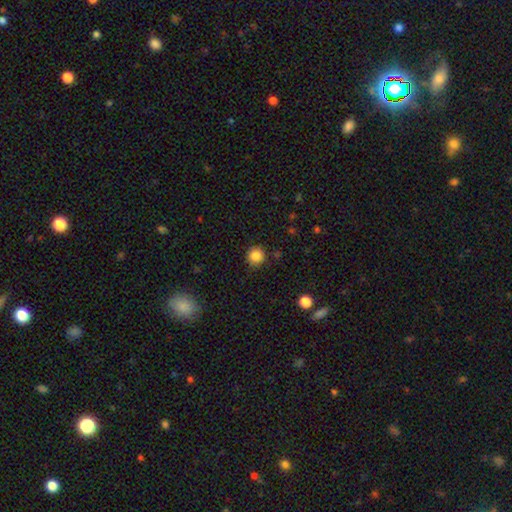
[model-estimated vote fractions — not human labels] A smooth galaxy with no disk features (85%) that is round (91%). Merging: none (88%).